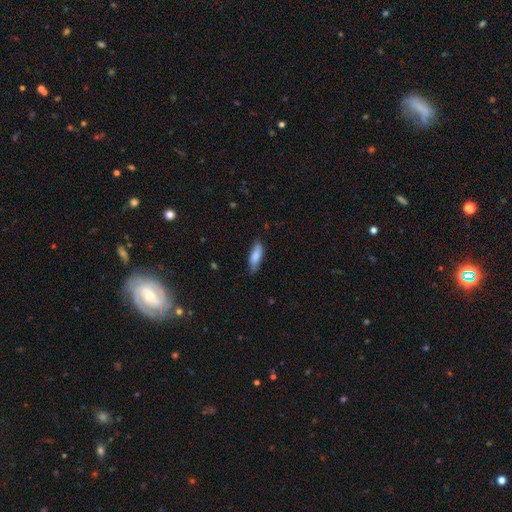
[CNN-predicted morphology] This is clearly a smooth galaxy (80%). How rounded: possibly in between (57%). Merging: likely none (75%).